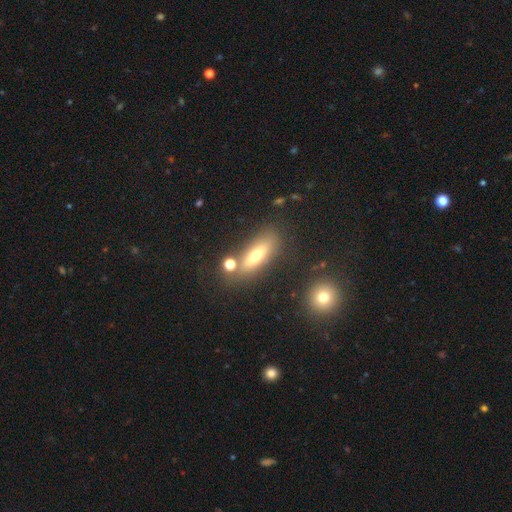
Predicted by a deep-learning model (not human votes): The model was most divided on "how rounded": in between: 57%, cigar-shaped: 38%, round: 5%. More confident: merging — none (73%); smooth or featured — smooth (60%).